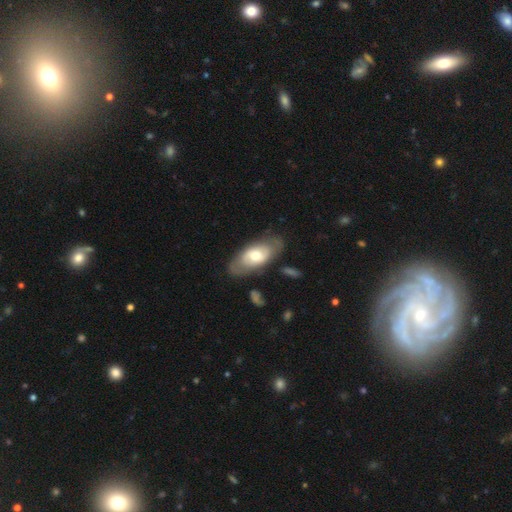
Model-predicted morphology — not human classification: smooth-or-featured: smooth: 50% | featured or disk: 45% | star or artifact: 5%
  merging: none: 75% | minor disturbance: 16% | major disturbance: 5% | merger: 3%